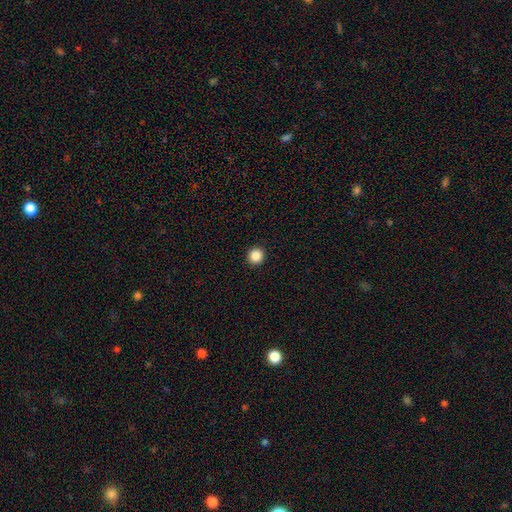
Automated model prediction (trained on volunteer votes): Q: Smooth or featured?
A: smooth (87%); runner-up: star or artifact (10%)
Q: How rounded?
A: round (95%); runner-up: in between (4%)
Q: Merging?
A: none (94%); runner-up: minor disturbance (4%)